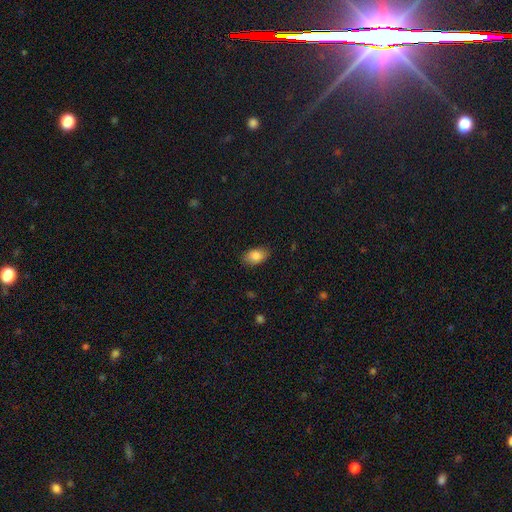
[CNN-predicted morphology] Smooth or featured?
  - smooth: 85% *
  - star or artifact: 8%
  - featured or disk: 7%
How rounded?
  - in between: 88% *
  - round: 10%
  - cigar-shaped: 2%
Merging?
  - none: 83% *
  - minor disturbance: 13%
  - major disturbance: 3%
  - merger: 1%